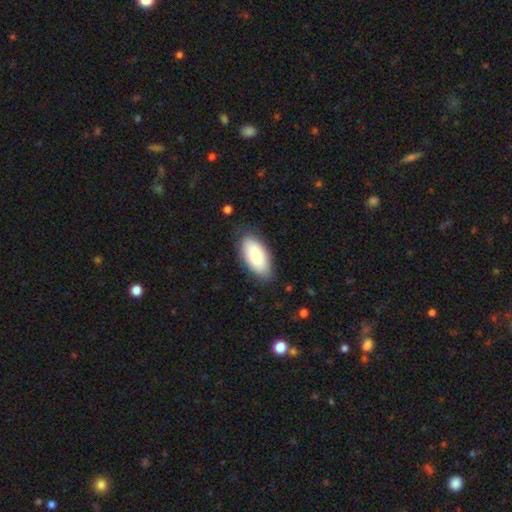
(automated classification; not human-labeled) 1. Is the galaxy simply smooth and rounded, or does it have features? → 87% smooth, 7% featured or disk, 6% star or artifact.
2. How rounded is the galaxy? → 92% in between, 6% cigar-shaped, 2% round.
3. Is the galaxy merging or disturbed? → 81% none, 15% minor disturbance, 3% major disturbance, 1% merger.